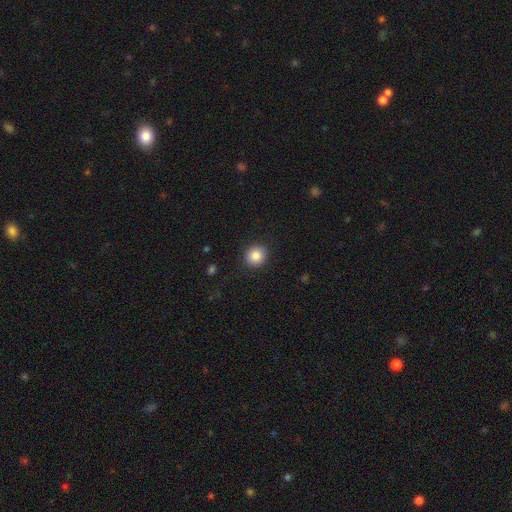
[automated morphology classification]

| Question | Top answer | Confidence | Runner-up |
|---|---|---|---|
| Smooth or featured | smooth | 86% | star or artifact (9%) |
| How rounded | round | 89% | in between (10%) |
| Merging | none | 91% | minor disturbance (6%) |